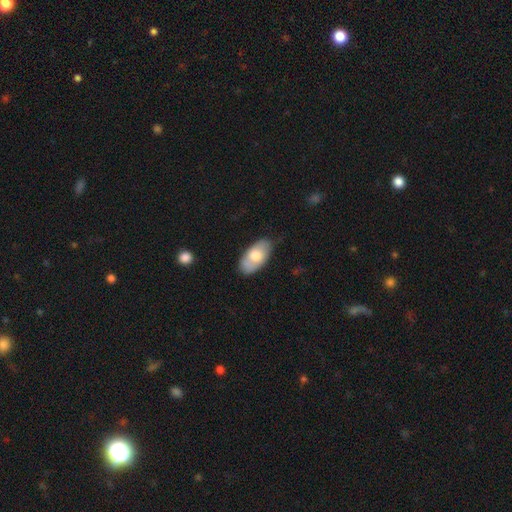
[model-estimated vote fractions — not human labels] Overall: smooth (66%; featured or disk 28%). How rounded: in between (93%). Merging: none (72%).